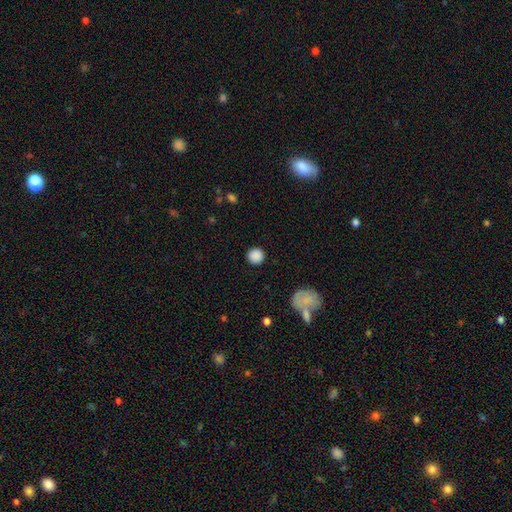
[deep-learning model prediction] Smooth or featured? smooth (88%)
How rounded? round (93%)
Merging? none (89%)